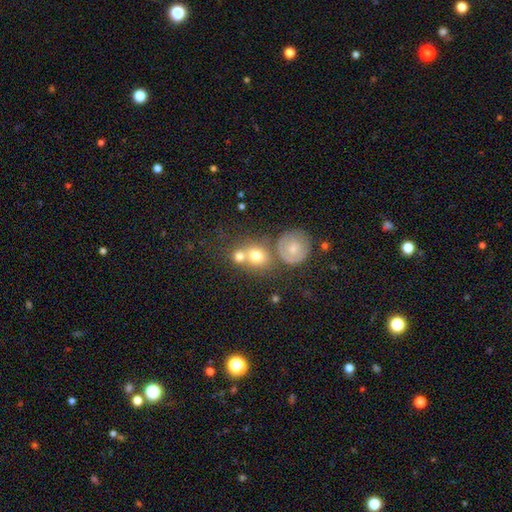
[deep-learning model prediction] Smooth or featured: smooth — 71% (featured or disk — 17%)
How rounded: round — 77% (in between — 22%)
Merging: none — 43% (merger — 41%)